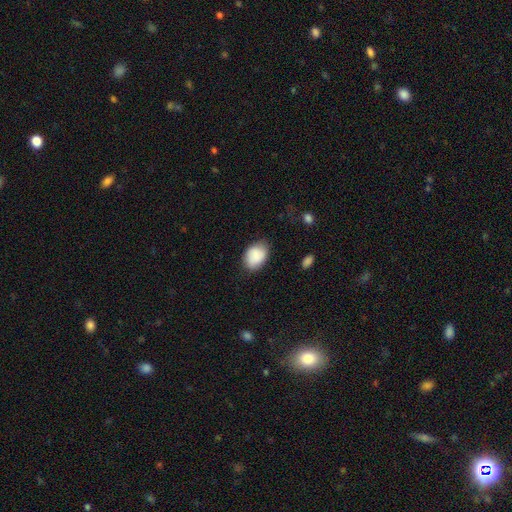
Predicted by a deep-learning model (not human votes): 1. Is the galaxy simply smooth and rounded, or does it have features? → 86% smooth, 7% featured or disk, 7% star or artifact.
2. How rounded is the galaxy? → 76% in between, 23% round, 1% cigar-shaped.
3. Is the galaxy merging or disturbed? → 72% none, 21% minor disturbance, 5% major disturbance, 2% merger.